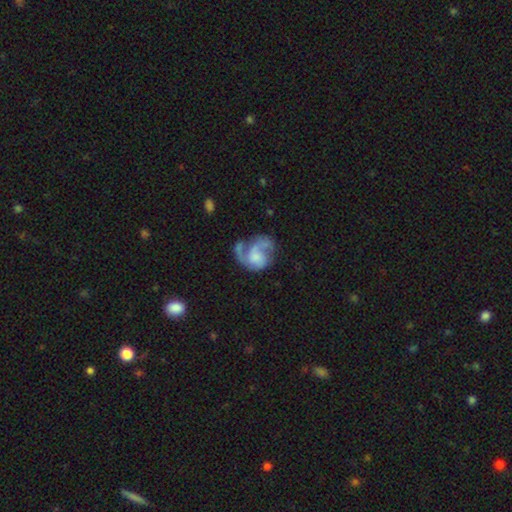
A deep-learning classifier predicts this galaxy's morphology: Q: Smooth or featured?
A: featured or disk (79%); runner-up: smooth (14%)
Q: Edge-on disk?
A: no (98%); runner-up: yes (2%)
Q: Bar?
A: no (68%); runner-up: weak (28%)
Q: Spiral arms?
A: yes (93%); runner-up: no (7%)
Q: Spiral winding?
A: medium (49%); runner-up: loose (29%)
Q: Spiral arm count?
A: 2 (47%); runner-up: 3 (25%)
Q: Bulge size?
A: none (35%); runner-up: small (26%)
Q: Merging?
A: none (46%); runner-up: major disturbance (27%)